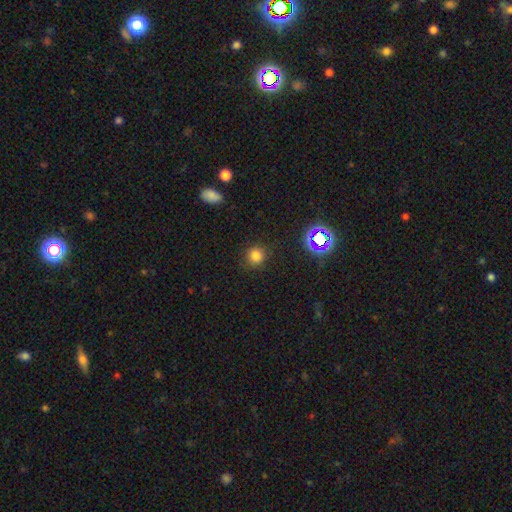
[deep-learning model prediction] Smooth or featured? Predicted: smooth (p=0.78). How rounded? Predicted: round (p=0.90). Merging? Predicted: none (p=0.86).